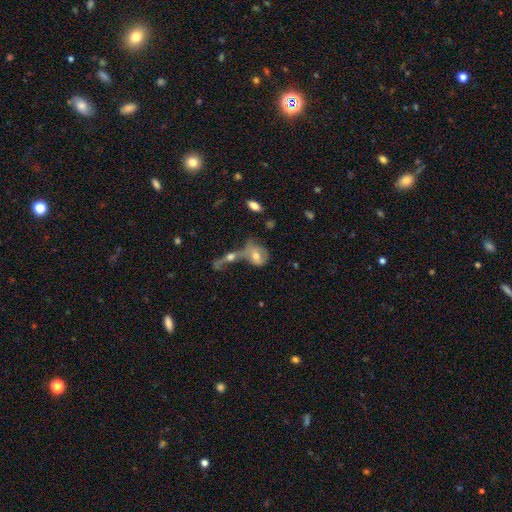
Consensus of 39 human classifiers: smooth-or-featured: smooth: 49% | featured or disk: 46% | star or artifact: 5%
  how-rounded: in between: 58% | round: 37% | cigar-shaped: 5%
  merging: merger: 62% | minor disturbance: 16% | none: 11% | major disturbance: 11%